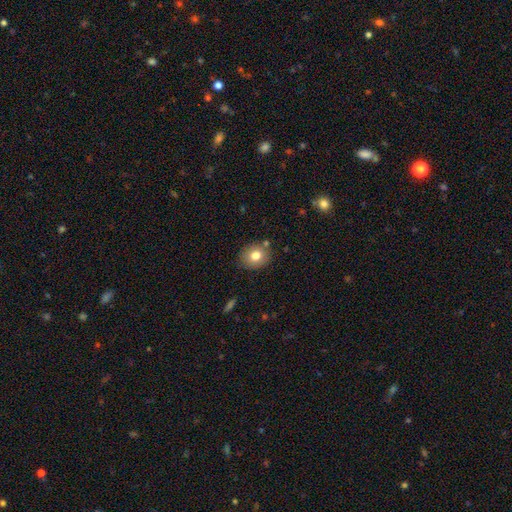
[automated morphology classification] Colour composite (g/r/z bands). It shows a smooth galaxy with no disk features (78%) that is round (66%). Merging: none (80%).